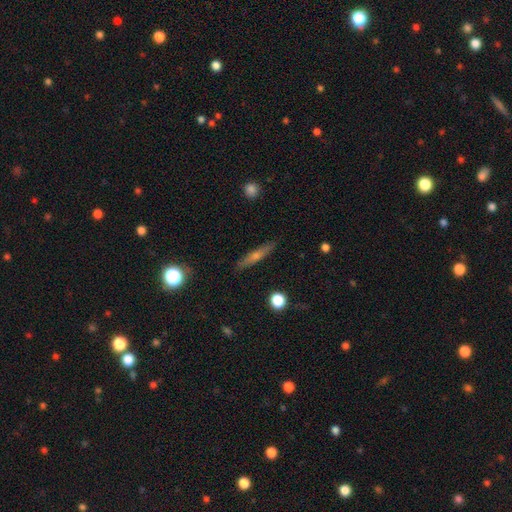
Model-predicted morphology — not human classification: Overall: featured or disk (48%; smooth 44%). Merging: none (89%).